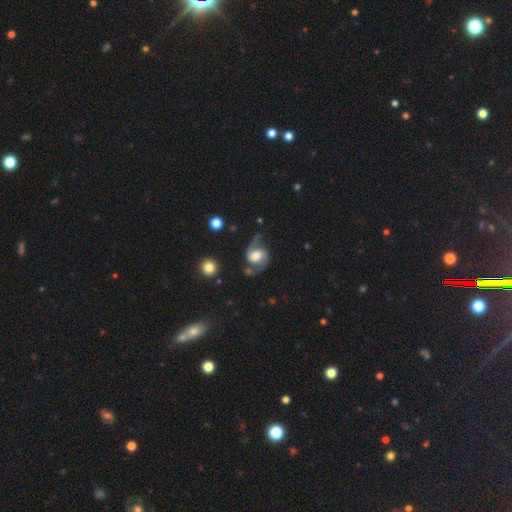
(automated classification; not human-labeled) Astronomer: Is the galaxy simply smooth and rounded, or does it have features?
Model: featured or disk — 81%.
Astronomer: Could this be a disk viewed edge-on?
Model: no — 98%.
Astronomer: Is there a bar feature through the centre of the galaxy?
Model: no — 49% (runner-up: weak, 40%).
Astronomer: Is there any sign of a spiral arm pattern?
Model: yes — 96%.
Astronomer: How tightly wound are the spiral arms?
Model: medium — 44%, tied with loose at 44%.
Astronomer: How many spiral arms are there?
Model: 2 — 91%.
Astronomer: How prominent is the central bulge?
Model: large — 42% (runner-up: moderate, 37%).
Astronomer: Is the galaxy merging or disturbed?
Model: none — 60%.